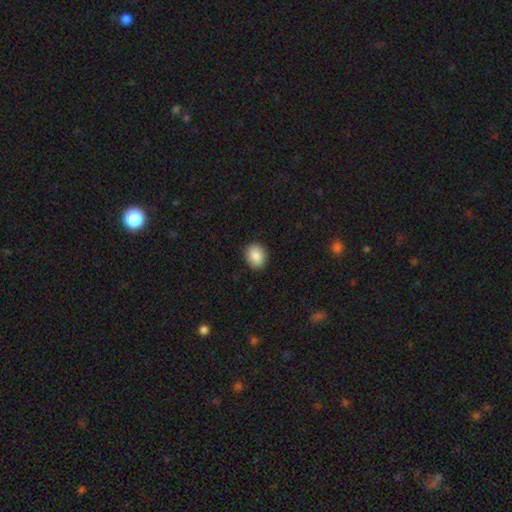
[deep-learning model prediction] smooth 87%, star or artifact 8%, featured or disk 6%. Down the decision tree: how rounded — round (58%); merging — none (90%).